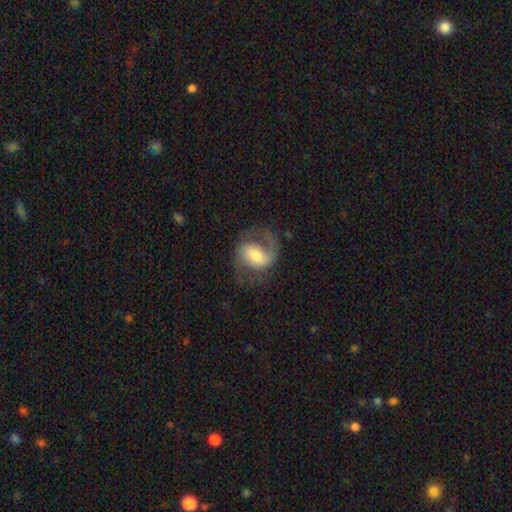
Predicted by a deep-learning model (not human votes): Smooth or featured? featured or disk (81%)
Edge-on disk? no (98%)
Bar? weak (46%)
Spiral arms? yes (95%)
Spiral winding? medium (51%)
Spiral arm count? 2 (82%)
Bulge size? moderate (58%)
Merging? none (67%)